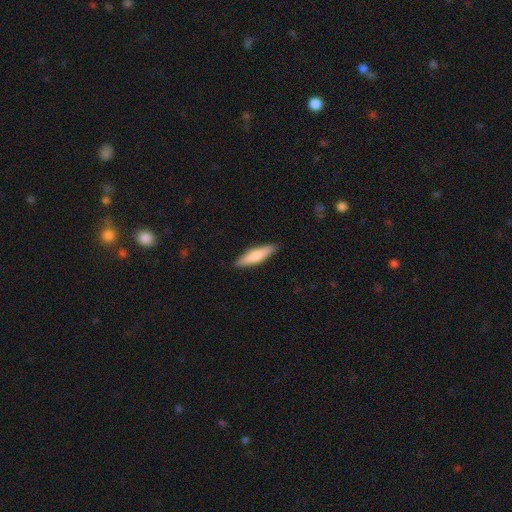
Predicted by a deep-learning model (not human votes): The model was most divided on "smooth or featured": smooth: 69%, featured or disk: 25%, star or artifact: 5%. More confident: merging — none (89%); how rounded — cigar-shaped (75%).